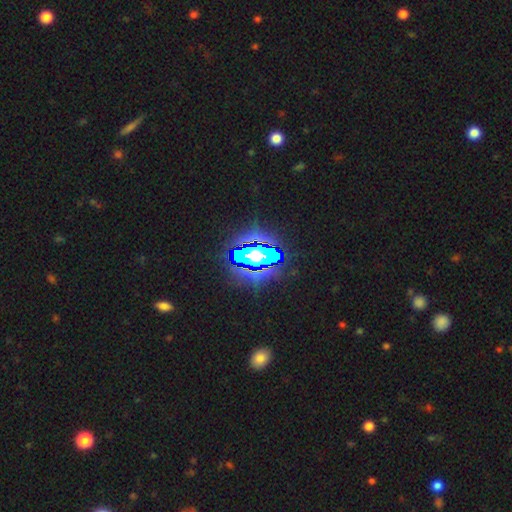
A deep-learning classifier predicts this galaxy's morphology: star or artifact 68%, smooth 16%, featured or disk 16%.